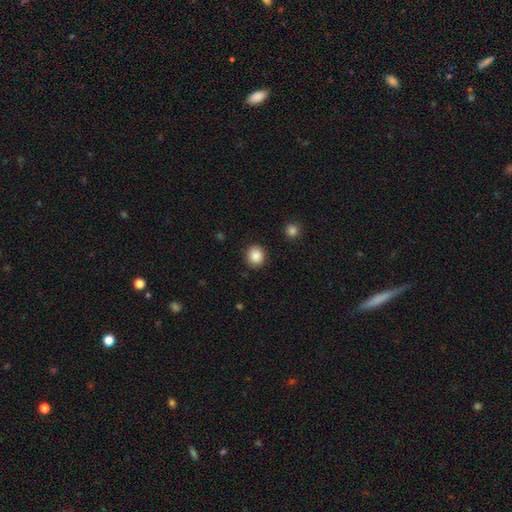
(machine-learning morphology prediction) Smooth or featured? smooth (88%)
How rounded? round (84%)
Merging? none (90%)